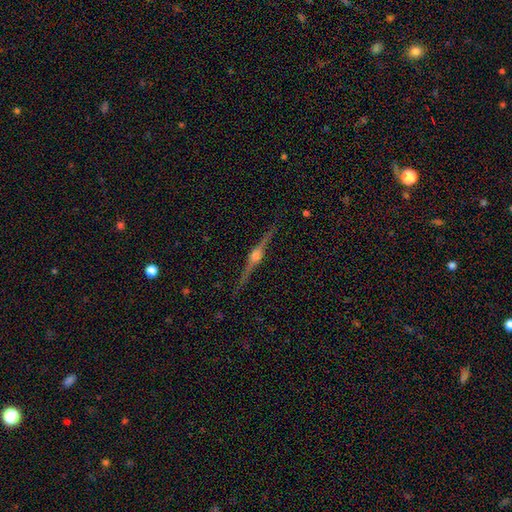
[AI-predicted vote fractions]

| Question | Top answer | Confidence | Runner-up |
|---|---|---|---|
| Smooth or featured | featured or disk | 87% | smooth (7%) |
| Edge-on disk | yes | 98% | no (2%) |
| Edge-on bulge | rounded | 94% | boxy (4%) |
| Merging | none | 90% | minor disturbance (8%) |